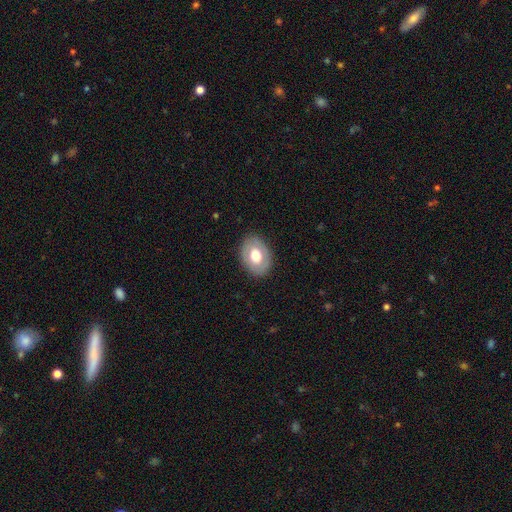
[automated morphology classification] Smooth or featured?
  - smooth: 63% *
  - featured or disk: 31%
  - star or artifact: 7%
How rounded?
  - in between: 71% *
  - round: 28%
  - cigar-shaped: 1%
Merging?
  - none: 86% *
  - minor disturbance: 10%
  - major disturbance: 3%
  - merger: 1%